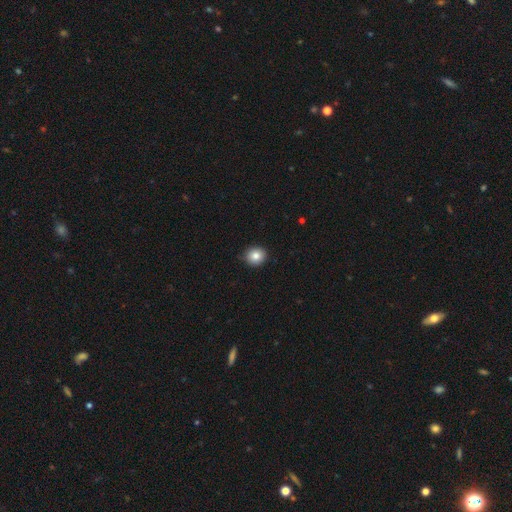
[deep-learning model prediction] Smooth or featured: smooth — 84% (star or artifact — 10%)
How rounded: round — 85% (in between — 14%)
Merging: none — 88% (minor disturbance — 9%)